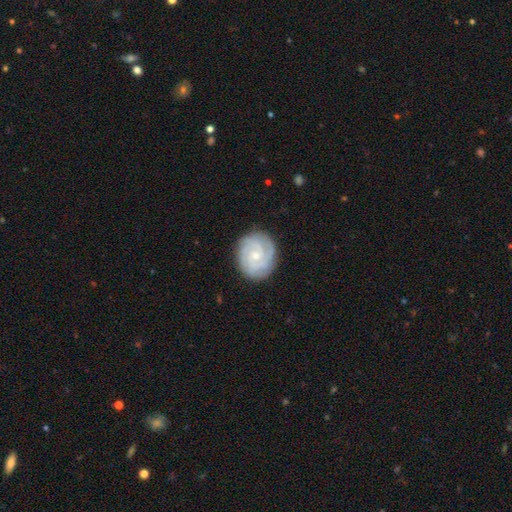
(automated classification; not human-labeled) This appears to be a featured or disk galaxy (81%) with no bar (74%), 3 (35%) tight (74%) spiral arms (97%) and a small central bulge (71%). Merging: none (84%).